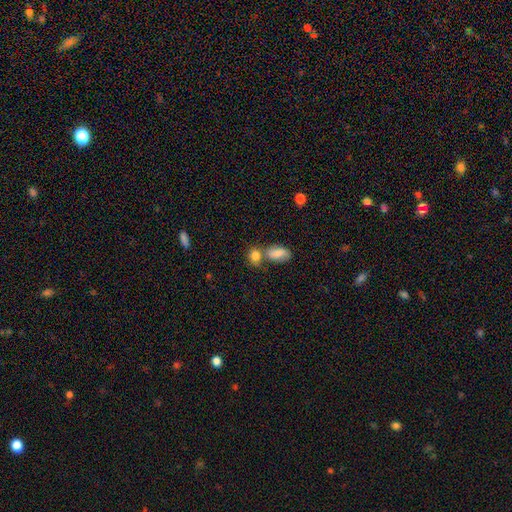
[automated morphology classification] Smooth or featured? smooth (82%)
How rounded? in between (56%)
Merging? merger (45%)